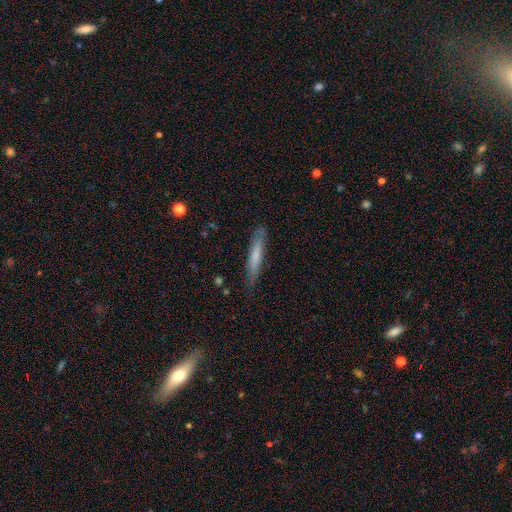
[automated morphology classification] smooth 65%, featured or disk 28%, star or artifact 6%. Down the decision tree: how rounded — cigar-shaped (91%); merging — none (78%).